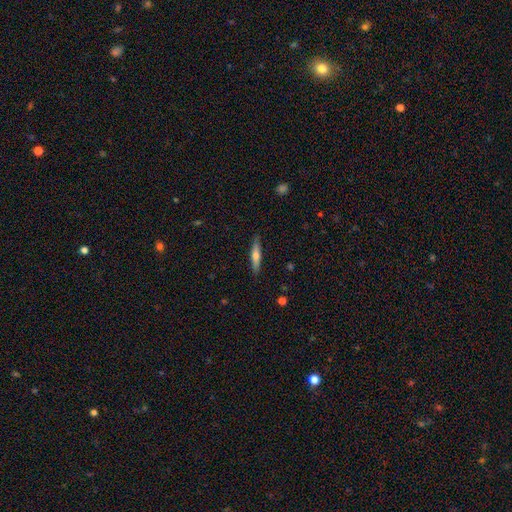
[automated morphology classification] This is possibly a smooth galaxy (54%). How rounded: clearly cigar-shaped (85%). Merging: clearly none (88%).